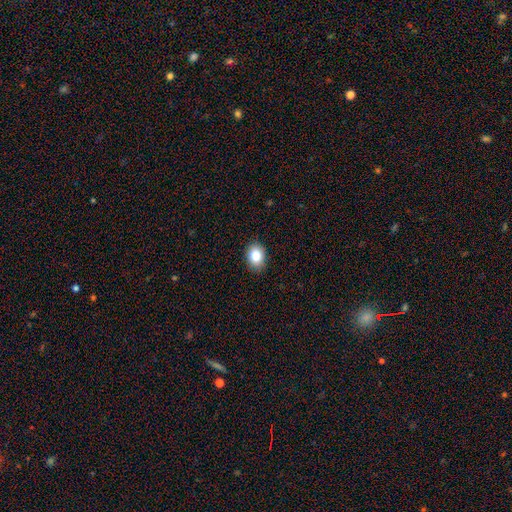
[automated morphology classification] A smooth galaxy with no disk features (84%) that is in between round and cigar-shaped (66%).

Vote fractions:
- Smooth or featured? smooth: 84% / star or artifact: 9% / featured or disk: 7%
- How rounded? in between: 66% / round: 33% / cigar-shaped: 1%
- Merging? none: 89% / minor disturbance: 8% / major disturbance: 2% / merger: 1%